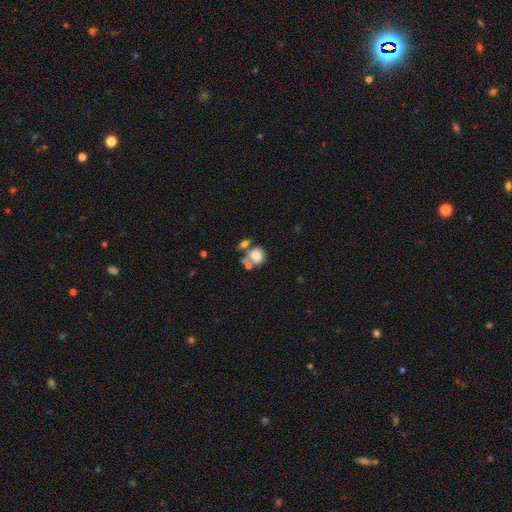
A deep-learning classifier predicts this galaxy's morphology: Smooth or featured: smooth — 76% (featured or disk — 14%)
How rounded: round — 68% (in between — 30%)
Merging: merger — 38% (tied with none — 38%)